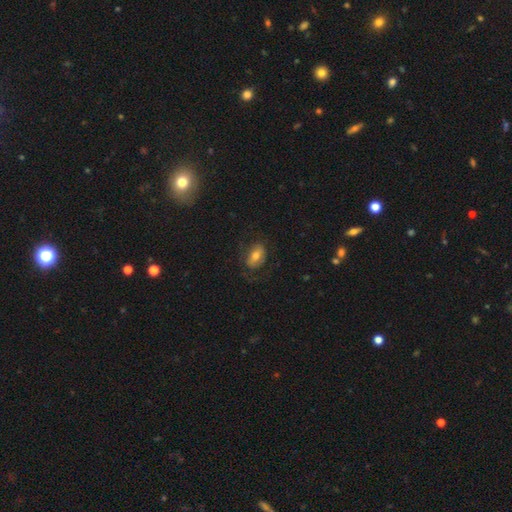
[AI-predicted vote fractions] A smooth galaxy with no disk features (60%) that is in between round and cigar-shaped (84%).

Vote fractions:
- Smooth or featured? smooth: 60% / featured or disk: 32% / star or artifact: 8%
- How rounded? in between: 84% / round: 14% / cigar-shaped: 2%
- Merging? none: 66% / minor disturbance: 18% / major disturbance: 15% / merger: 1%